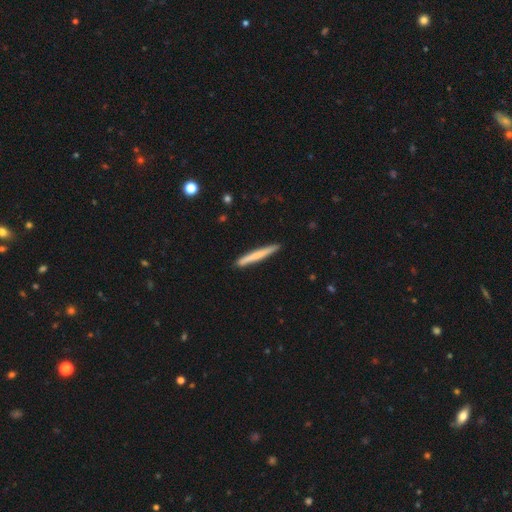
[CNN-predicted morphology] smooth_or_featured: smooth (p=0.64) [alt: featured or disk p=0.31]
how_rounded: cigar-shaped (p=0.97) [alt: in between p=0.02]
merging: none (p=0.91) [alt: minor disturbance p=0.07]